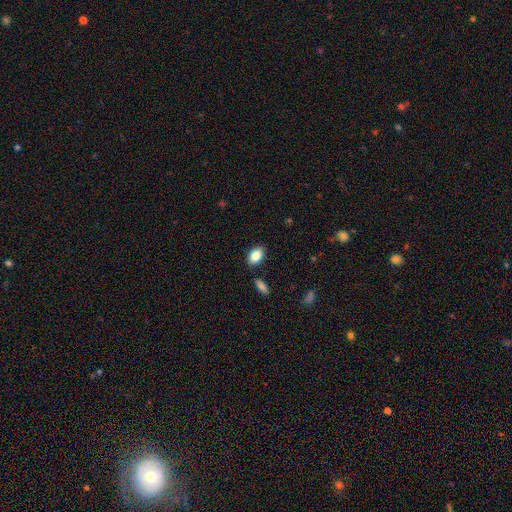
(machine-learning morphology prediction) This is clearly a smooth galaxy (85%). How rounded: clearly in between (86%). Merging: clearly none (85%).